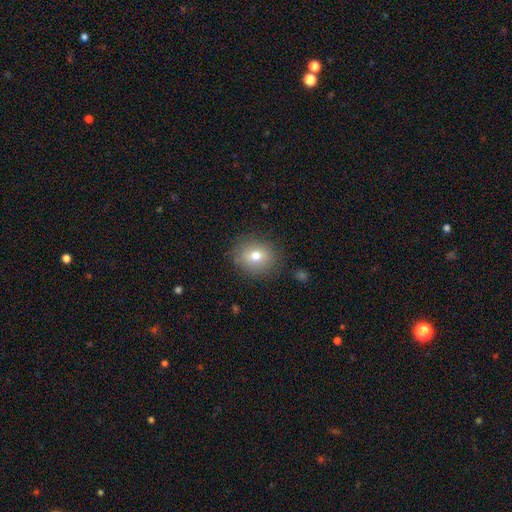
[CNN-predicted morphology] Q: Smooth or featured?
A: smooth (73%); runner-up: featured or disk (16%)
Q: How rounded?
A: round (70%); runner-up: in between (29%)
Q: Merging?
A: none (84%); runner-up: minor disturbance (11%)